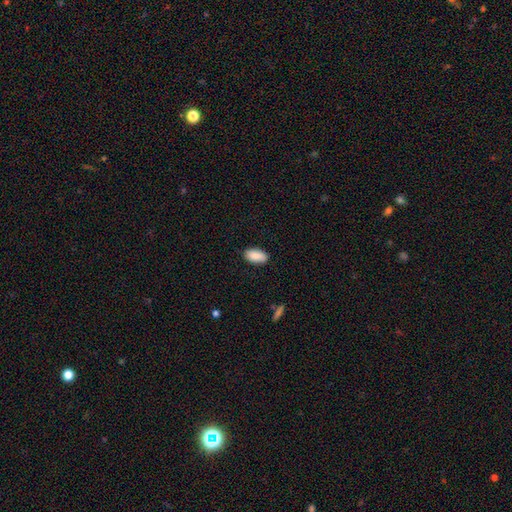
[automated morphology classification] Smooth or featured: smooth — 88% (star or artifact — 6%)
How rounded: in between — 94% (cigar-shaped — 4%)
Merging: none — 87% (minor disturbance — 10%)